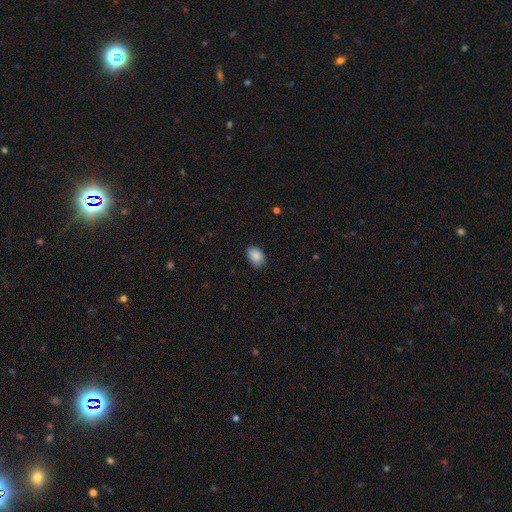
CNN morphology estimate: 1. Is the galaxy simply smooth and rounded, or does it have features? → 88% smooth, 7% star or artifact, 4% featured or disk.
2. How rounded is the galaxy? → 82% in between, 17% round, 1% cigar-shaped.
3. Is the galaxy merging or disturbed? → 80% none, 16% minor disturbance, 3% major disturbance, 1% merger.